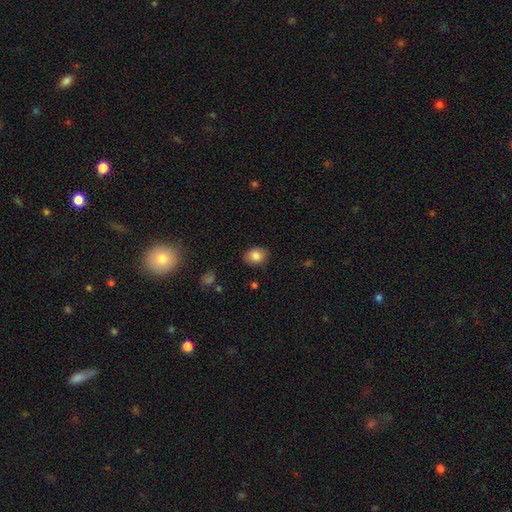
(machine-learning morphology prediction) Overall: smooth (84%). How rounded: in between (66%; round 33%). Merging: none (83%).